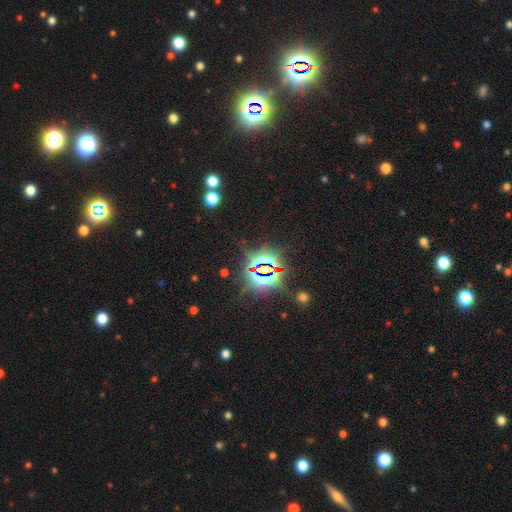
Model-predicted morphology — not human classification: This appears to be a star or artifact, not a galaxy (83%).